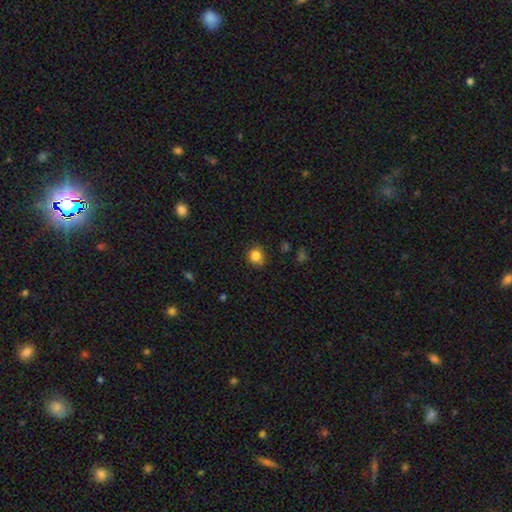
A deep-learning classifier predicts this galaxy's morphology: smooth-or-featured: smooth: 84% | star or artifact: 11% | featured or disk: 5%
  how-rounded: round: 86% | in between: 13% | cigar-shaped: 1%
  merging: none: 82% | minor disturbance: 14% | major disturbance: 3% | merger: 1%